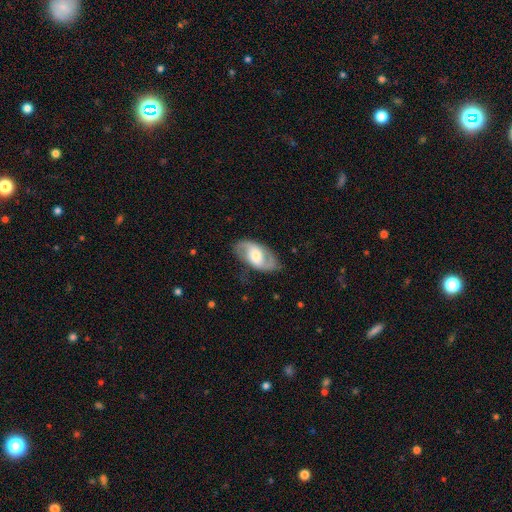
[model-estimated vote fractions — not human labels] Smooth or featured? featured or disk (77%)
Edge-on disk? no (95%)
Bar? no (43%)
Spiral arms? yes (91%)
Spiral winding? medium (48%)
Spiral arm count? 2 (89%)
Bulge size? moderate (53%)
Merging? none (79%)